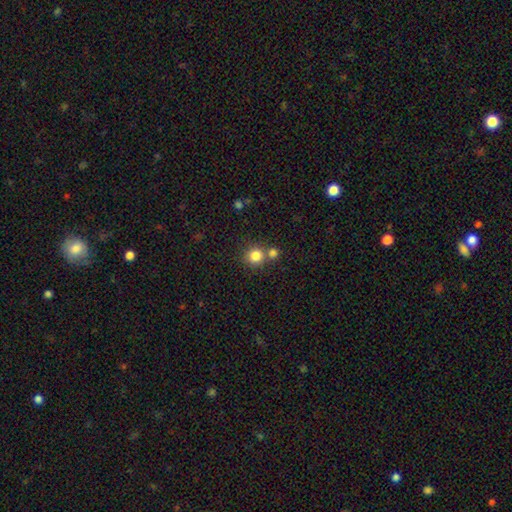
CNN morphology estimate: Smooth or featured? Predicted: smooth (p=0.82). How rounded? Predicted: round (p=0.91). Merging? Predicted: none (p=0.61).